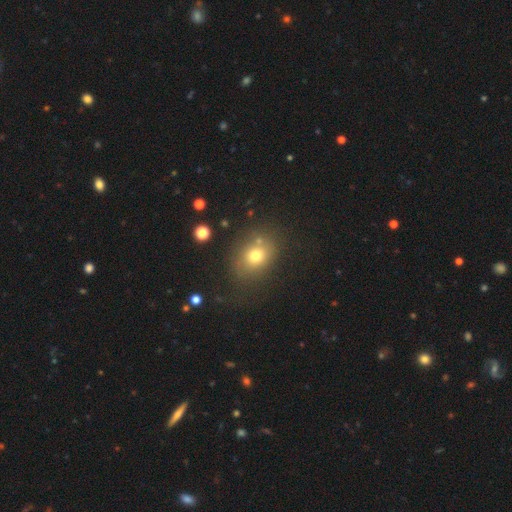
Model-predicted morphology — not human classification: This appears to be a smooth galaxy with no disk features (71%) that is in between round and cigar-shaped (52%). Merging: none (72%).